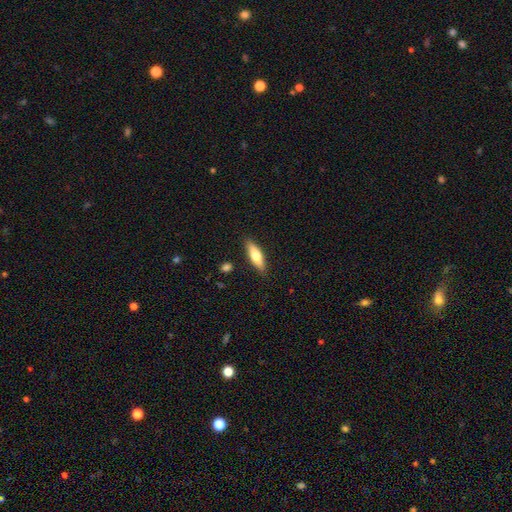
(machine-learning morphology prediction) smooth 66%, featured or disk 29%, star or artifact 6%. Down the decision tree: how rounded — cigar-shaped (52%); merging — none (87%).